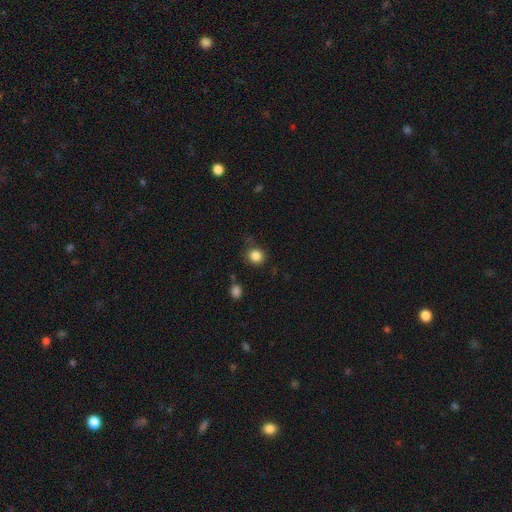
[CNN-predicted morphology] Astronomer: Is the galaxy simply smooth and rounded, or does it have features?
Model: smooth — 85%.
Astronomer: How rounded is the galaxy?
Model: round — 88%.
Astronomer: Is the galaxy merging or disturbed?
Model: none — 79%.